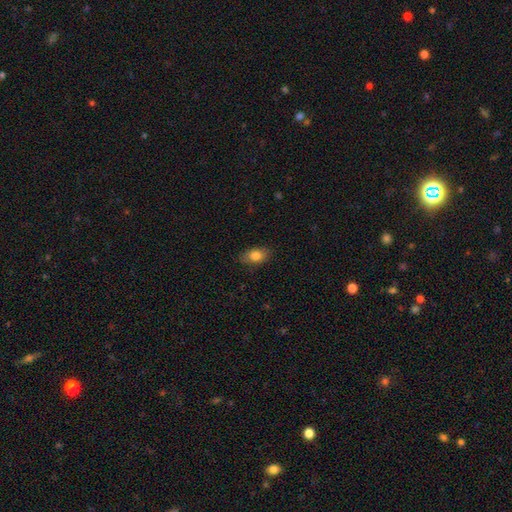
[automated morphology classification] Smooth or featured?
  - smooth: 82% *
  - featured or disk: 10%
  - star or artifact: 8%
How rounded?
  - in between: 85% *
  - round: 12%
  - cigar-shaped: 3%
Merging?
  - none: 84% *
  - minor disturbance: 12%
  - major disturbance: 3%
  - merger: 1%